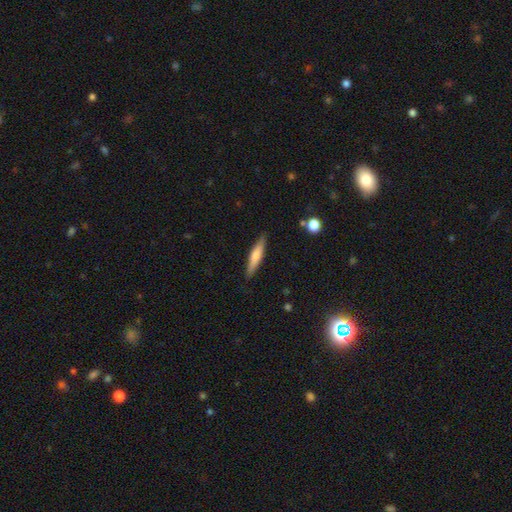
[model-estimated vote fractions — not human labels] Q: Smooth or featured?
A: smooth (63%); runner-up: featured or disk (31%)
Q: How rounded?
A: cigar-shaped (86%); runner-up: in between (13%)
Q: Merging?
A: none (87%); runner-up: minor disturbance (9%)